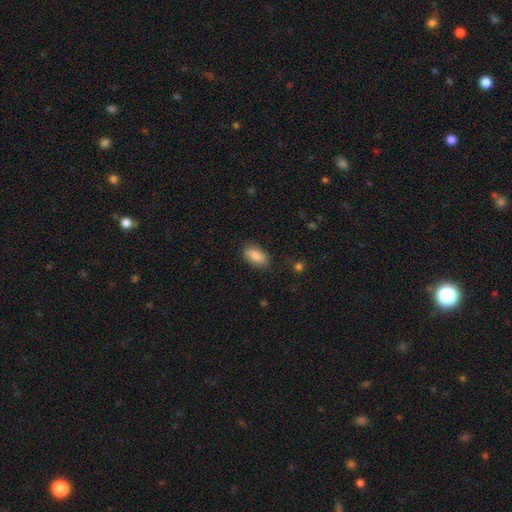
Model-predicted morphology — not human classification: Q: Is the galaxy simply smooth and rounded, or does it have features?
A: smooth — 84%.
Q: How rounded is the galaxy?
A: in between — 90%.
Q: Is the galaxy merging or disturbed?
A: none — 82%.